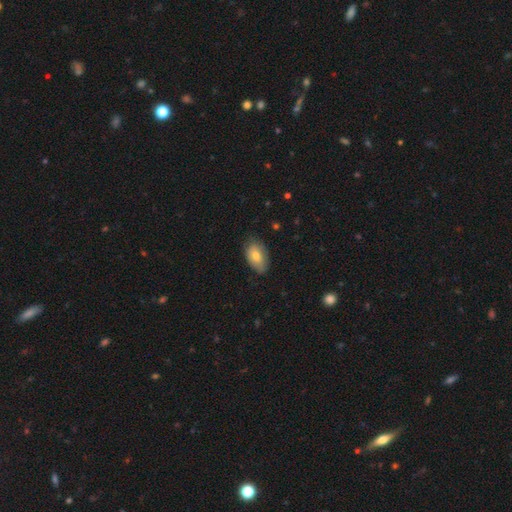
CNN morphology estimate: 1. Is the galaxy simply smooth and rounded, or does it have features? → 73% smooth, 20% featured or disk, 7% star or artifact.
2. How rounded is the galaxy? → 92% in between, 6% round, 2% cigar-shaped.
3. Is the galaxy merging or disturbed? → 73% none, 22% minor disturbance, 4% major disturbance, 1% merger.